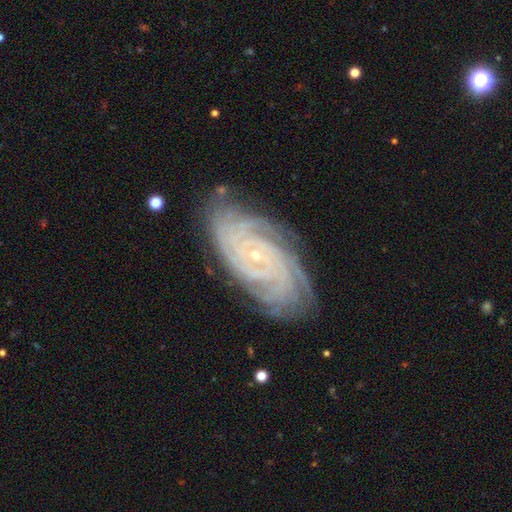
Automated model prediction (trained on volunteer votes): This appears to be a featured or disk galaxy (90%) with no bar (69%), 4 (28%) tight (83%) spiral arms (98%) and a small central bulge (87%). Merging: none (81%).